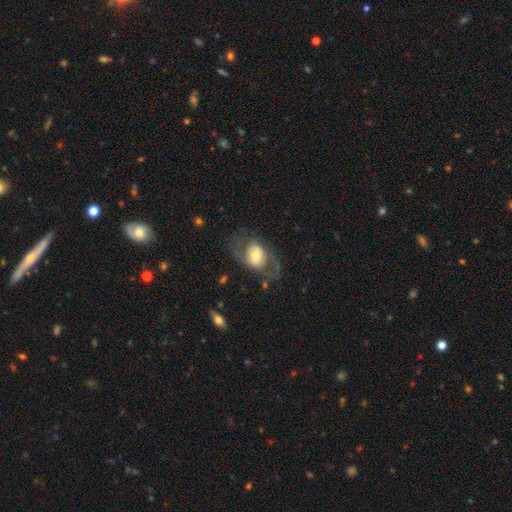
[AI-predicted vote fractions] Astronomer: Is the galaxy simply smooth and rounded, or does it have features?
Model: featured or disk — 61%.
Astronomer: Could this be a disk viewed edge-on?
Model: no — 94%.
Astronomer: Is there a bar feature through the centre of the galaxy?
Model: no — 61%.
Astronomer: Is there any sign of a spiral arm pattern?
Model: yes — 70%.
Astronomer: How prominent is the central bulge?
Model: moderate — 61%.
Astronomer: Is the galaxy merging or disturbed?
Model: none — 60%.